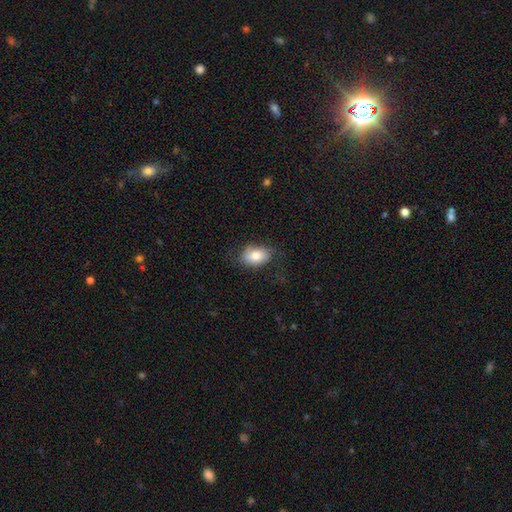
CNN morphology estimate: Smooth or featured? Predicted: smooth (p=0.79). How rounded? Predicted: in between (p=0.84). Merging? Predicted: none (p=0.66).